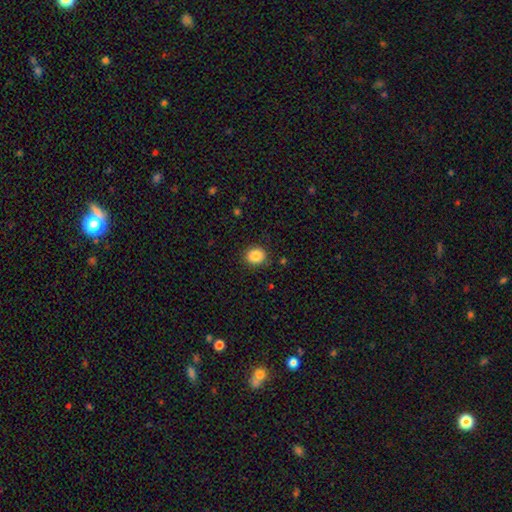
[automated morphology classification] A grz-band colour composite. It shows a smooth galaxy with no disk features (86%) that is round (77%). Merging: none (88%).